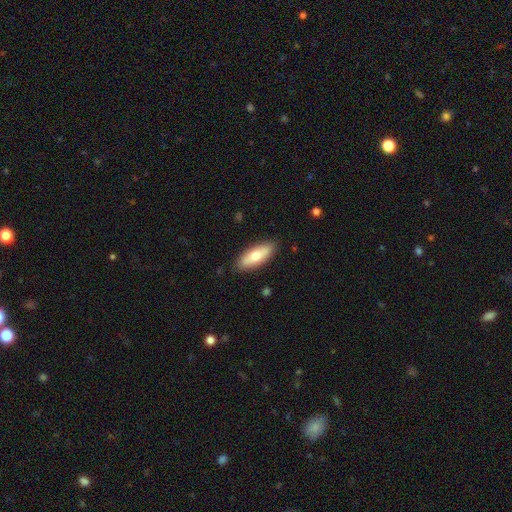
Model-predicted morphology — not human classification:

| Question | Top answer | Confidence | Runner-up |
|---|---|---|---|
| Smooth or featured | smooth | 69% | featured or disk (25%) |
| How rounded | in between | 70% | cigar-shaped (27%) |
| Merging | none | 86% | minor disturbance (10%) |